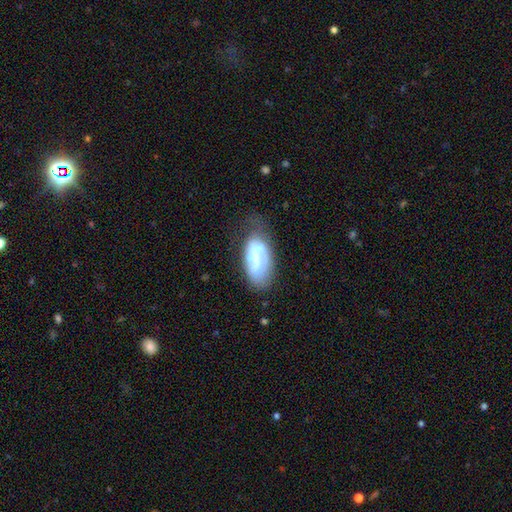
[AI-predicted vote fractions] Smooth or featured? featured or disk (50%)
Edge-on disk? no (90%)
Merging? none (46%)